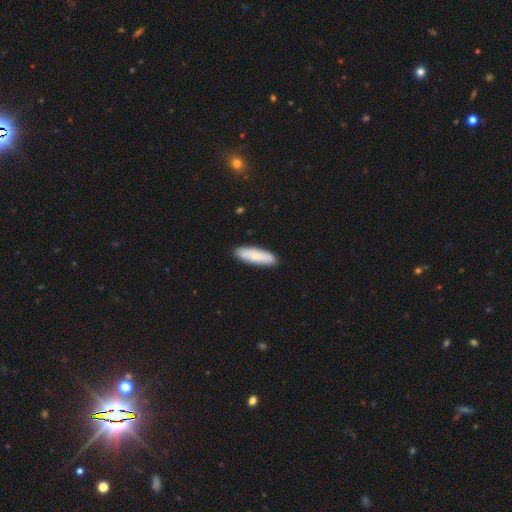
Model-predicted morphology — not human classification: The model was most divided on "how rounded": cigar-shaped: 57%, in between: 41%, round: 2%. More confident: merging — none (89%); smooth or featured — smooth (84%).